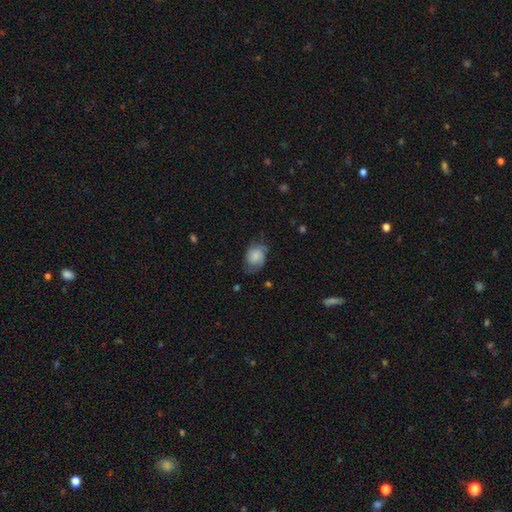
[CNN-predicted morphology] Q: Smooth or featured?
A: smooth (66%); runner-up: featured or disk (27%)
Q: How rounded?
A: in between (67%); runner-up: round (32%)
Q: Merging?
A: none (54%); runner-up: minor disturbance (32%)